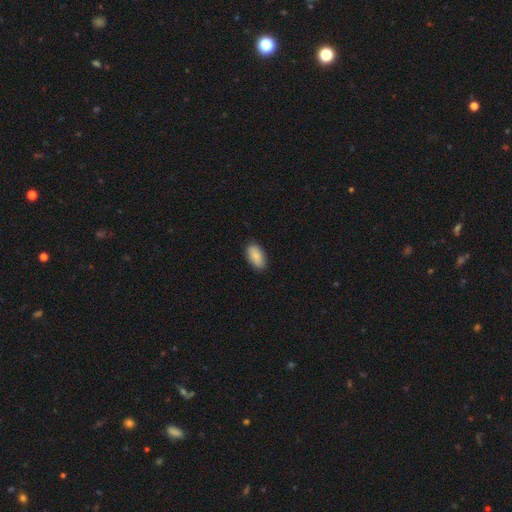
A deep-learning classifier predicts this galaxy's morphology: Smooth or featured?
  - smooth: 87% *
  - star or artifact: 7%
  - featured or disk: 6%
How rounded?
  - in between: 94% *
  - round: 3%
  - cigar-shaped: 3%
Merging?
  - none: 87% *
  - minor disturbance: 10%
  - major disturbance: 2%
  - merger: 1%